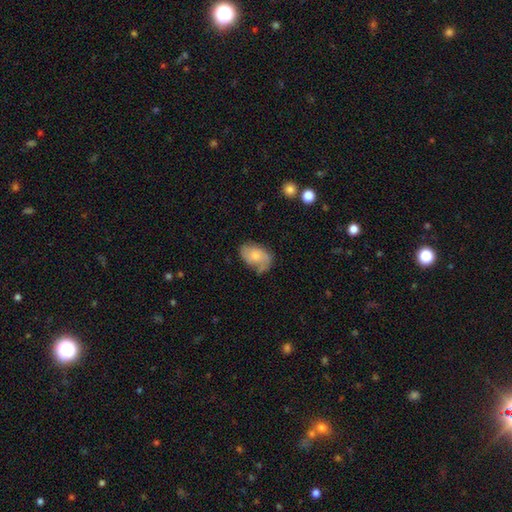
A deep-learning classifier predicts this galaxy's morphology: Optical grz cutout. It shows a smooth galaxy with no disk features (57%) that is in between round and cigar-shaped (86%). Merging: none (52%).